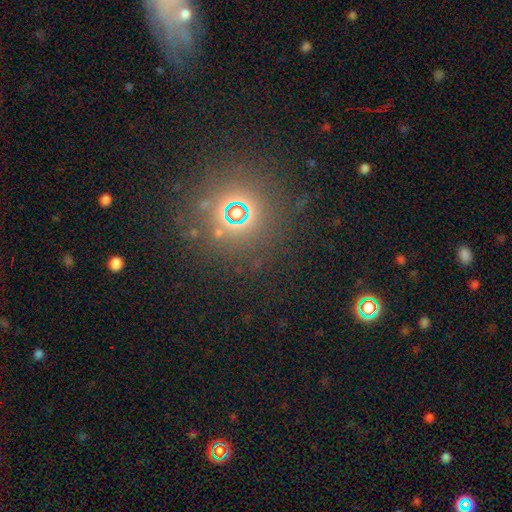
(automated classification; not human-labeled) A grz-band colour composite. It shows a star or artifact, not a galaxy (46%).